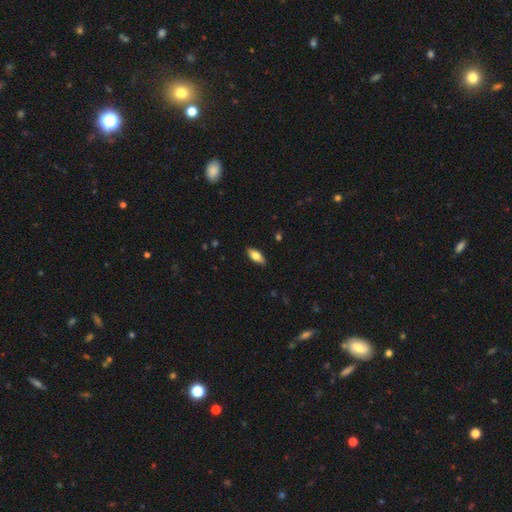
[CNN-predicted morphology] This is likely a smooth galaxy (72%). How rounded: clearly in between (83%). Merging: clearly none (88%).